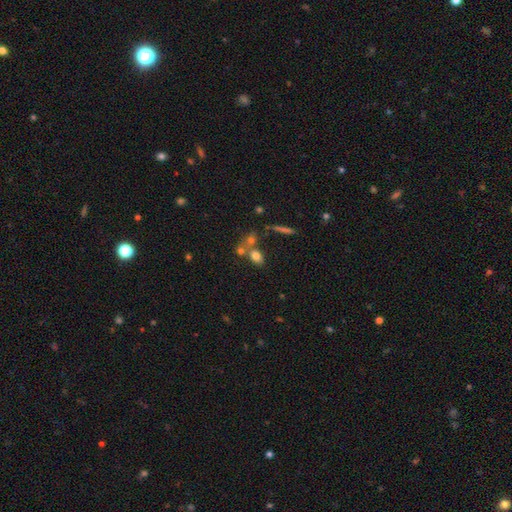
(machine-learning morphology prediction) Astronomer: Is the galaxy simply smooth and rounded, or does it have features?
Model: smooth — 72%.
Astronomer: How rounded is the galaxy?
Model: in between — 64%.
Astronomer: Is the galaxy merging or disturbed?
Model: none — 44% (runner-up: merger, 41%).